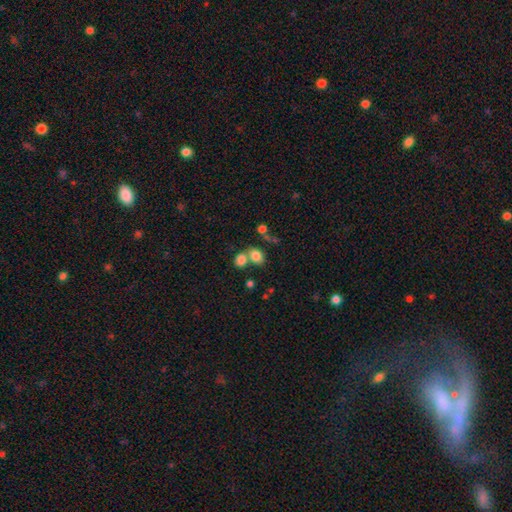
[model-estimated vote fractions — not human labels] A smooth galaxy with no disk features (79%) that is in between round and cigar-shaped (60%).

Vote fractions:
- Smooth or featured? smooth: 79% / star or artifact: 11% / featured or disk: 10%
- How rounded? in between: 60% / round: 38% / cigar-shaped: 1%
- Merging? merger: 44% / none: 40% / minor disturbance: 10% / major disturbance: 6%